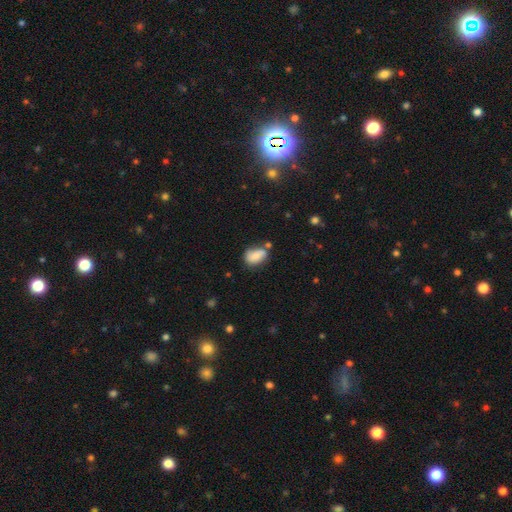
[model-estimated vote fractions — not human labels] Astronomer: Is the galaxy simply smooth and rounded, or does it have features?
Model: smooth — 74%.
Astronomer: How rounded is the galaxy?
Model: in between — 82%.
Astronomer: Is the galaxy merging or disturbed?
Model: none — 52%.